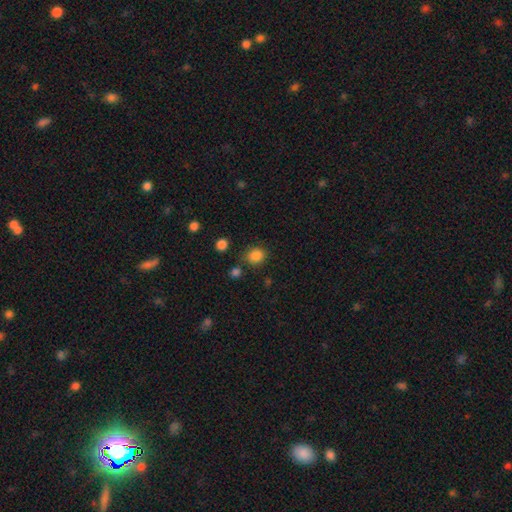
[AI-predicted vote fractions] Smooth or featured: smooth — 85% (star or artifact — 12%)
How rounded: round — 77% (in between — 22%)
Merging: none — 79% (minor disturbance — 12%)